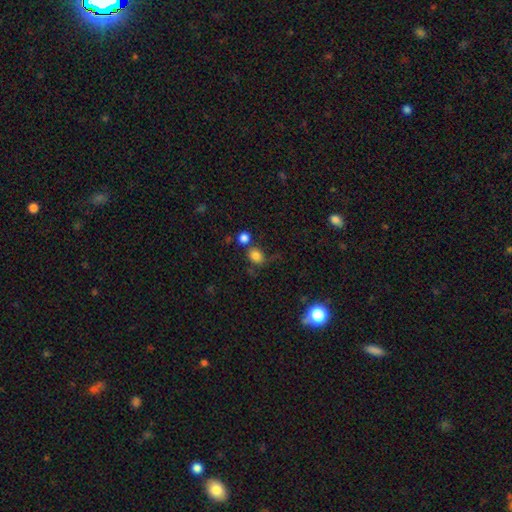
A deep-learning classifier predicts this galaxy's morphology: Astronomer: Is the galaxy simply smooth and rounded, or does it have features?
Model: smooth — 81%.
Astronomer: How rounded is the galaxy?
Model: round — 67%.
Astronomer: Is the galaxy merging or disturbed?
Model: none — 55%.